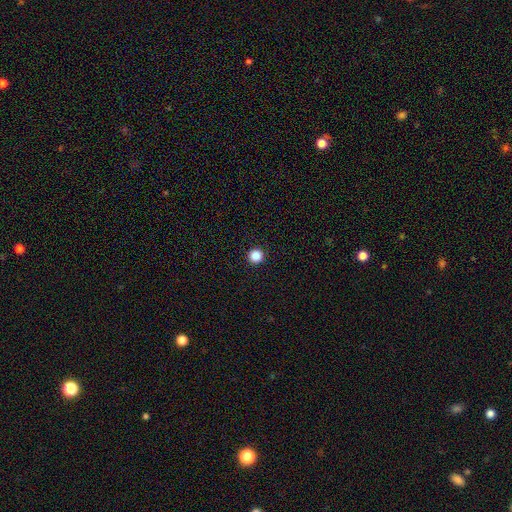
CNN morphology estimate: Smooth or featured: smooth — 87% (star or artifact — 11%)
How rounded: round — 96% (in between — 3%)
Merging: none — 94% (minor disturbance — 4%)